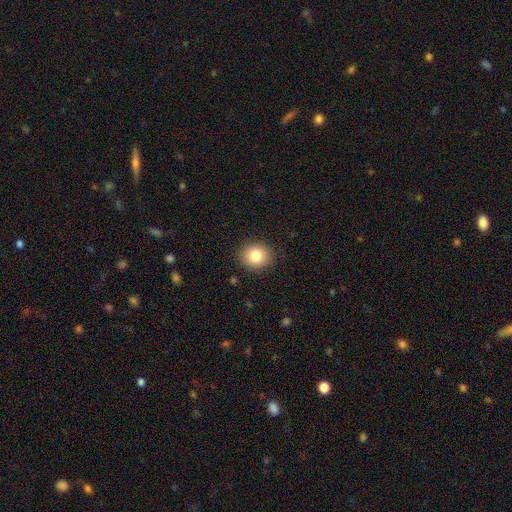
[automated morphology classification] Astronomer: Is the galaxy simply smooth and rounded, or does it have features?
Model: smooth — 83%.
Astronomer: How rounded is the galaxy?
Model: round — 77%.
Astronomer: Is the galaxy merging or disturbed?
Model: none — 89%.